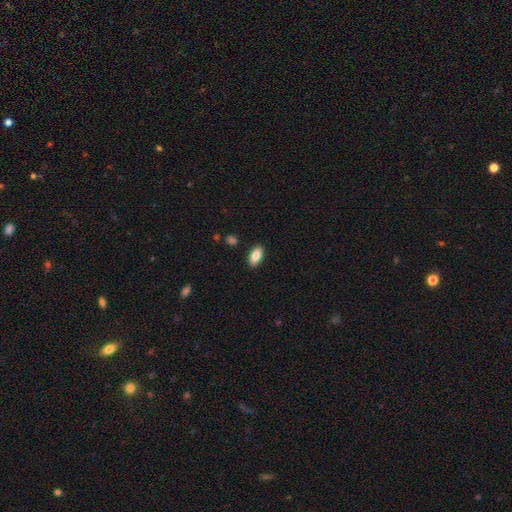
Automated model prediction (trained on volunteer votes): Smooth or featured?
  - smooth: 83% *
  - featured or disk: 10%
  - star or artifact: 7%
How rounded?
  - in between: 91% *
  - cigar-shaped: 6%
  - round: 3%
Merging?
  - none: 89% *
  - minor disturbance: 8%
  - major disturbance: 2%
  - merger: 1%